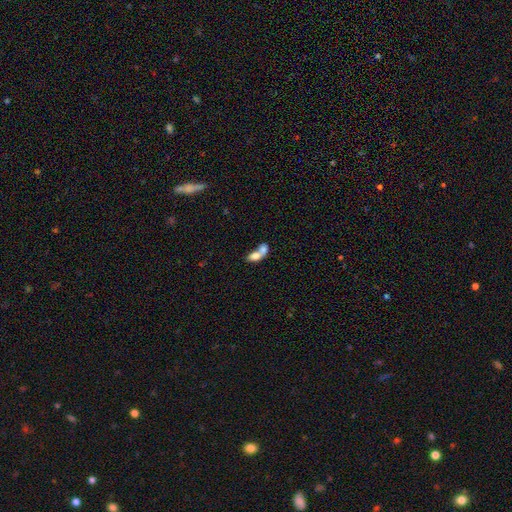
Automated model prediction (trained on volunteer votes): Overall: smooth (71%). How rounded: in between (81%). Merging: merger (79%).